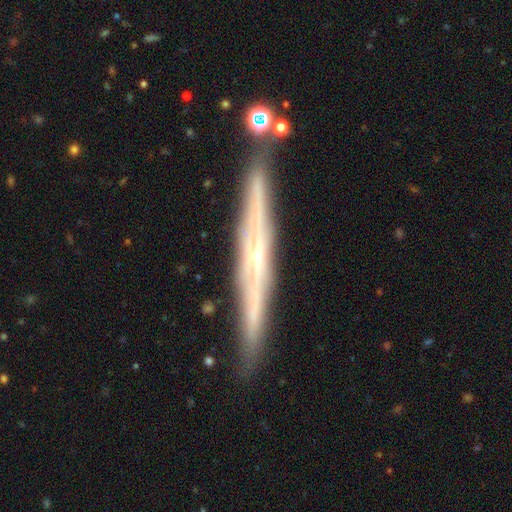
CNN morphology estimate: Smooth or featured?
  - featured or disk: 80% *
  - smooth: 13%
  - star or artifact: 7%
Edge-on disk?
  - yes: 94% *
  - no: 6%
Edge-on bulge?
  - rounded: 54% *
  - none: 37%
  - boxy: 9%
Merging?
  - none: 85% *
  - minor disturbance: 9%
  - merger: 3%
  - major disturbance: 2%